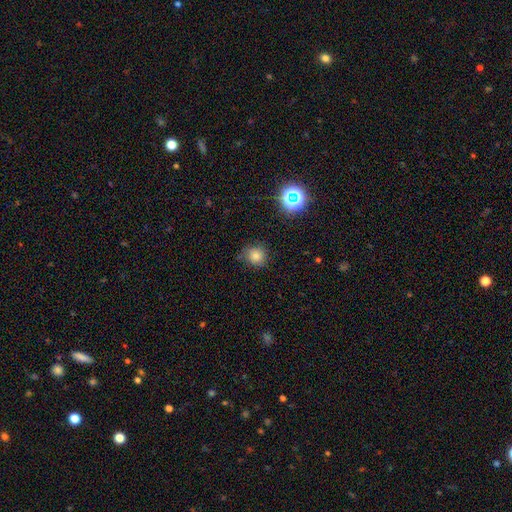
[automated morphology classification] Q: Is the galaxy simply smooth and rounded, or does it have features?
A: smooth — 76%.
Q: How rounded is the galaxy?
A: round — 88%.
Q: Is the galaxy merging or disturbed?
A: none — 76%.